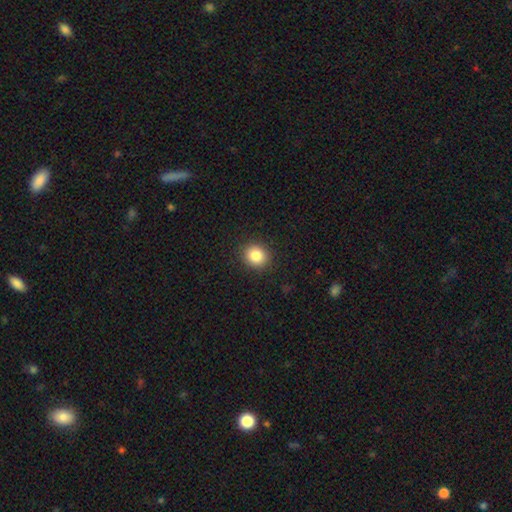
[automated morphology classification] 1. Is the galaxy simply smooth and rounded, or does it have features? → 85% smooth, 10% star or artifact, 5% featured or disk.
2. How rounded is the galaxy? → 79% round, 20% in between, 1% cigar-shaped.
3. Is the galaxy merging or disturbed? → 91% none, 6% minor disturbance, 2% major disturbance, 1% merger.